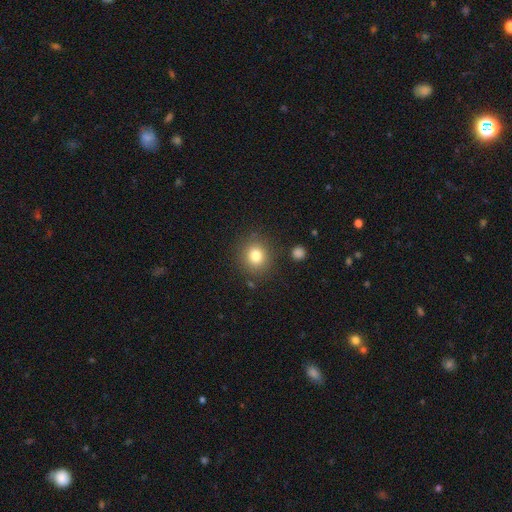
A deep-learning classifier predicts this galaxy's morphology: Smooth or featured: smooth — 81% (star or artifact — 12%)
How rounded: round — 84% (in between — 16%)
Merging: none — 85% (minor disturbance — 9%)